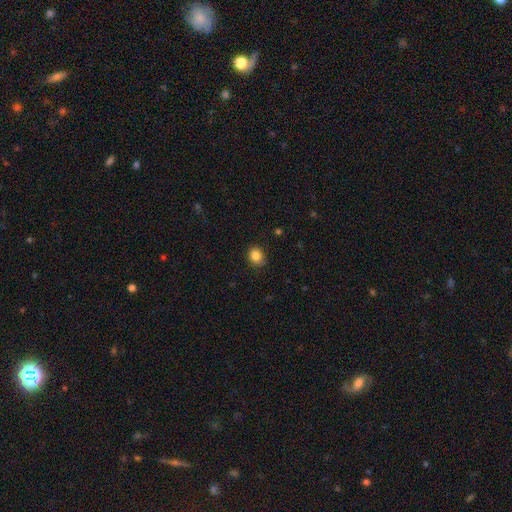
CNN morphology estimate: smooth-or-featured: smooth: 84% | star or artifact: 11% | featured or disk: 5%
  how-rounded: round: 72% | in between: 27% | cigar-shaped: 1%
  merging: none: 84% | minor disturbance: 13% | major disturbance: 2% | merger: 1%